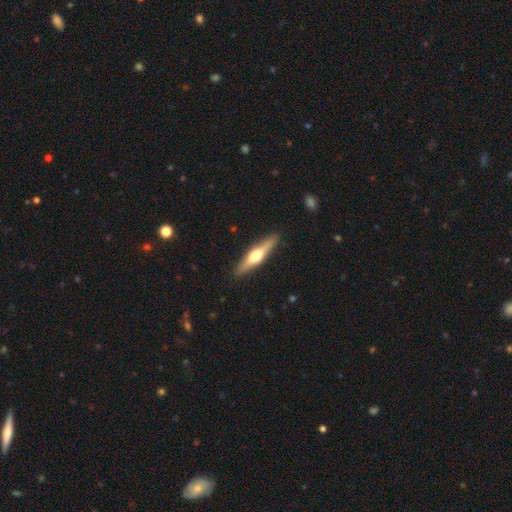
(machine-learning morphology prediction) This appears to be a featured or disk galaxy (58%) viewed edge-on (95%) with a rounded central bulge (94%). Merging: none (90%).